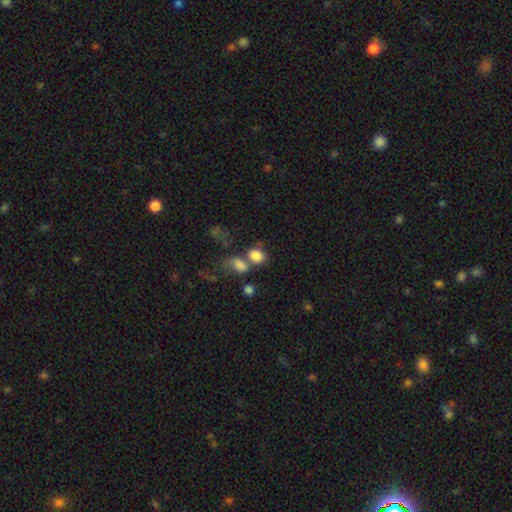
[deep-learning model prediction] This appears to be a smooth galaxy with no disk features (82%) that is in between round and cigar-shaped (55%). Merging: none (42%).